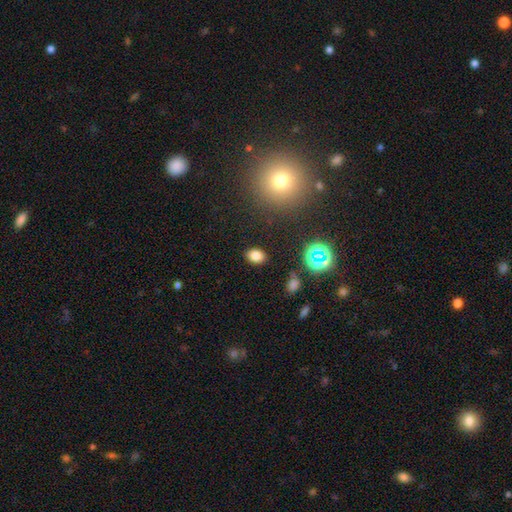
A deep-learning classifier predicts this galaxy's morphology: Overall: smooth (79%). How rounded: in between (70%). Merging: none (86%).